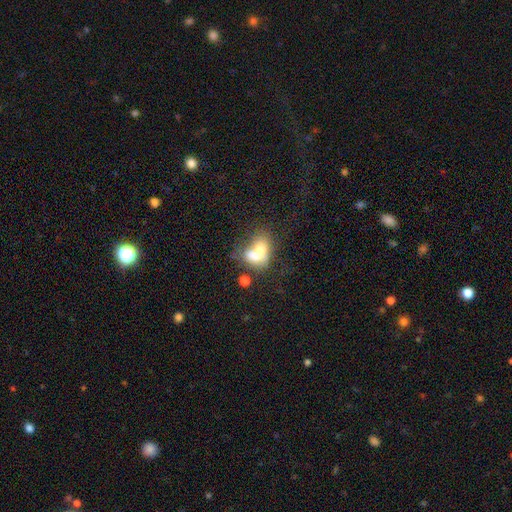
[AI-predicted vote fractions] A smooth galaxy with no disk features (62%) that is in between round and cigar-shaped (63%).

Vote fractions:
- Smooth or featured? smooth: 62% / featured or disk: 28% / star or artifact: 10%
- How rounded? in between: 63% / round: 36% / cigar-shaped: 2%
- Merging? merger: 70% / none: 16% / minor disturbance: 7% / major disturbance: 7%